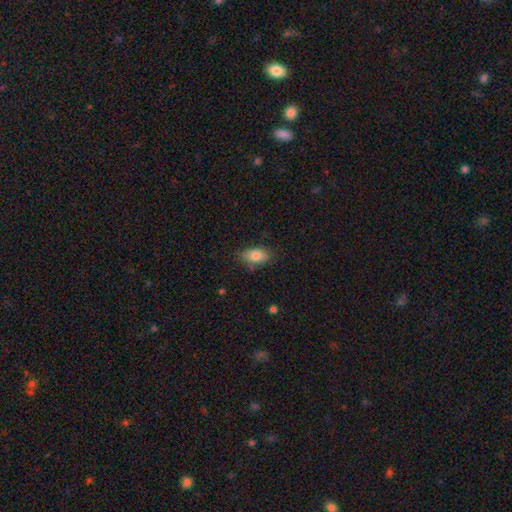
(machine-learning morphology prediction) Smooth or featured? smooth (82%)
How rounded? in between (89%)
Merging? none (74%)